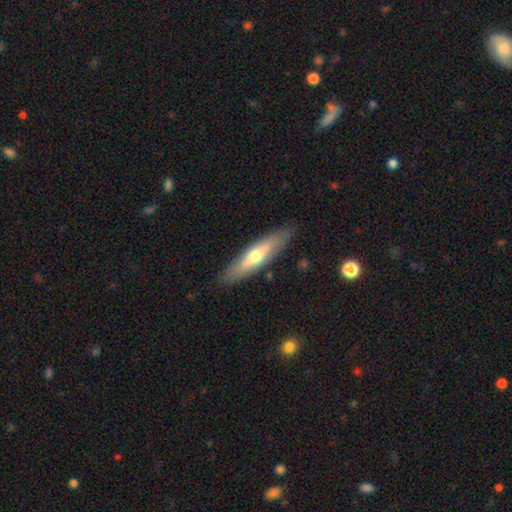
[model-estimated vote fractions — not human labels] Smooth or featured?
  - smooth: 52% *
  - featured or disk: 42%
  - star or artifact: 5%
How rounded?
  - cigar-shaped: 68% *
  - in between: 30%
  - round: 2%
Merging?
  - none: 86% *
  - minor disturbance: 10%
  - major disturbance: 2%
  - merger: 1%